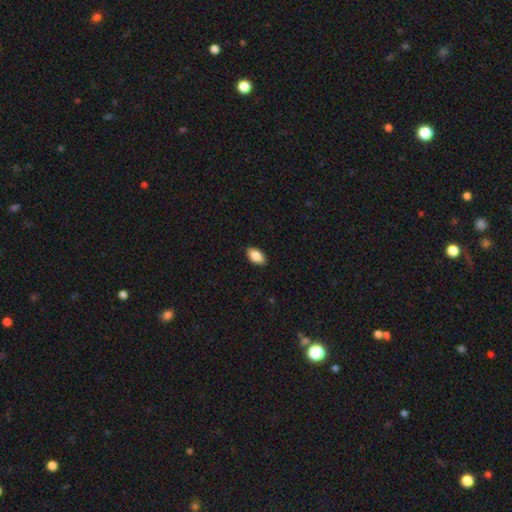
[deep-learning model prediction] Smooth or featured? Predicted: smooth (p=0.87). How rounded? Predicted: in between (p=0.94). Merging? Predicted: none (p=0.89).